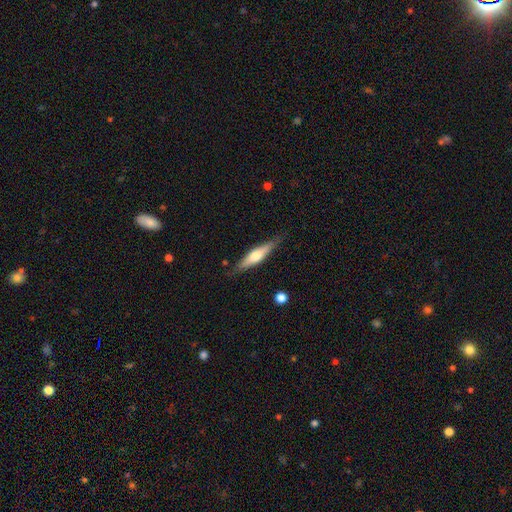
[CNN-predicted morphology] Q: Smooth or featured?
A: featured or disk (48%); runner-up: smooth (46%)
Q: Merging?
A: none (82%); runner-up: minor disturbance (14%)